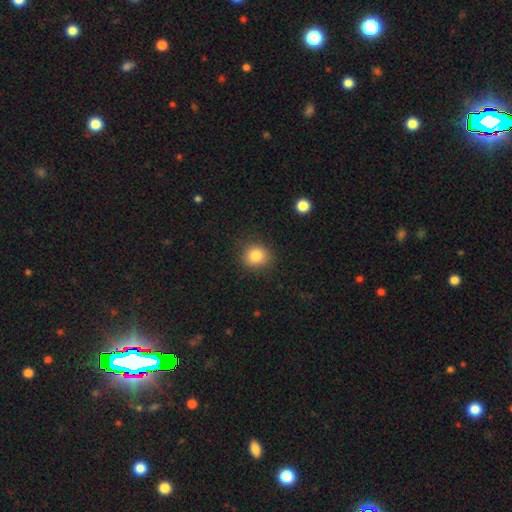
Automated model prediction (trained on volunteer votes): A smooth galaxy with no disk features (83%) that is round (82%).

Vote fractions:
- Smooth or featured? smooth: 83% / star or artifact: 10% / featured or disk: 6%
- How rounded? round: 82% / in between: 17% / cigar-shaped: 1%
- Merging? none: 87% / minor disturbance: 9% / major disturbance: 3% / merger: 1%